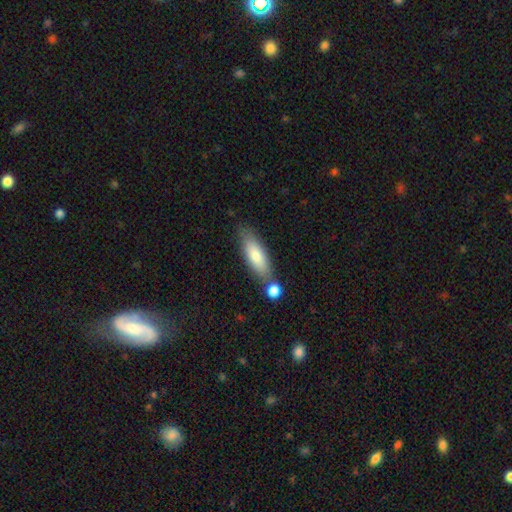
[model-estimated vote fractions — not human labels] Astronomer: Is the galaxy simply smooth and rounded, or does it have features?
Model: smooth — 75%.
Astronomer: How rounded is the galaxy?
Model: in between — 51% (runner-up: cigar-shaped, 47%).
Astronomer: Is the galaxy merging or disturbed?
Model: none — 70%.